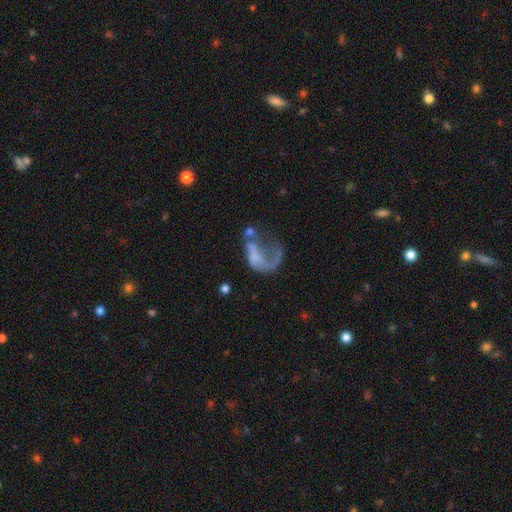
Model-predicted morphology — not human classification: featured or disk 56%, smooth 32%, star or artifact 12%. Down the decision tree: edge-on disk — no (97%); bar — no (78%); spiral arms — no (57%); bulge size — none (68%); merging — major disturbance (53%).